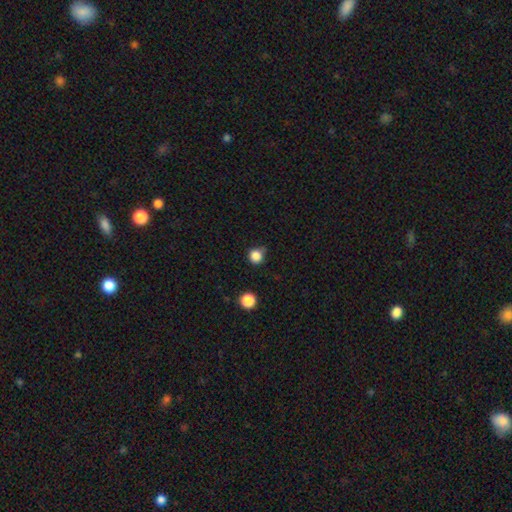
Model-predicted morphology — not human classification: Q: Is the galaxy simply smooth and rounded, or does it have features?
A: smooth — 84%.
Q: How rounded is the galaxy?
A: round — 93%.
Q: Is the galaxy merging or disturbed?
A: none — 75%.